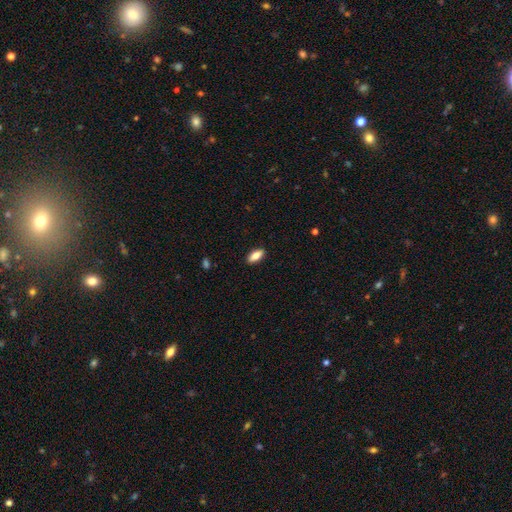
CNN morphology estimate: Smooth or featured?
  - smooth: 79% *
  - featured or disk: 15%
  - star or artifact: 6%
How rounded?
  - in between: 83% *
  - cigar-shaped: 14%
  - round: 3%
Merging?
  - none: 89% *
  - minor disturbance: 8%
  - major disturbance: 2%
  - merger: 1%